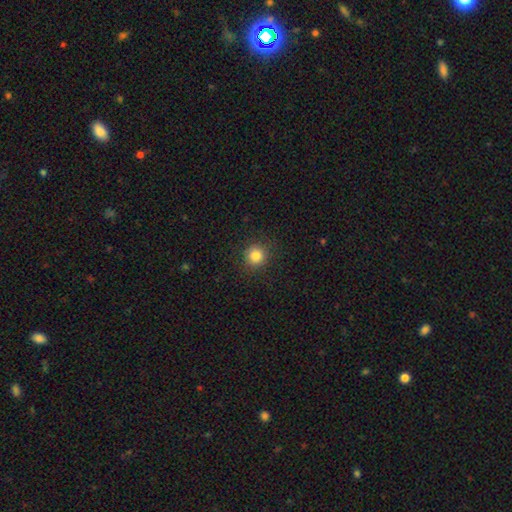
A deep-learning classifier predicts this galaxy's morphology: Smooth or featured? Predicted: smooth (p=0.84). How rounded? Predicted: round (p=0.93). Merging? Predicted: none (p=0.90).